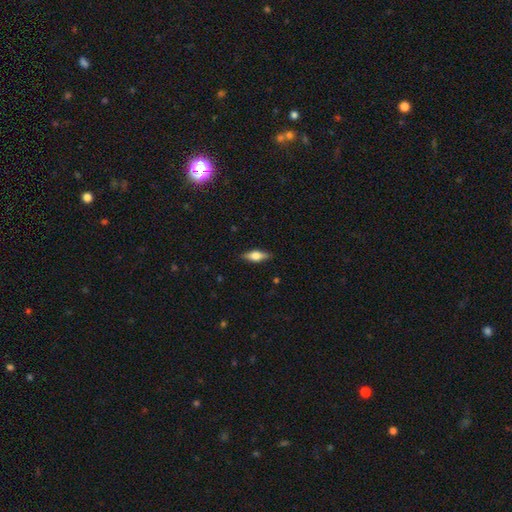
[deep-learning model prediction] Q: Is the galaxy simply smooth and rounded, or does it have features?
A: smooth — 52%.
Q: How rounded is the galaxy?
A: in between — 62%.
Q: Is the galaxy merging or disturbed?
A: none — 87%.